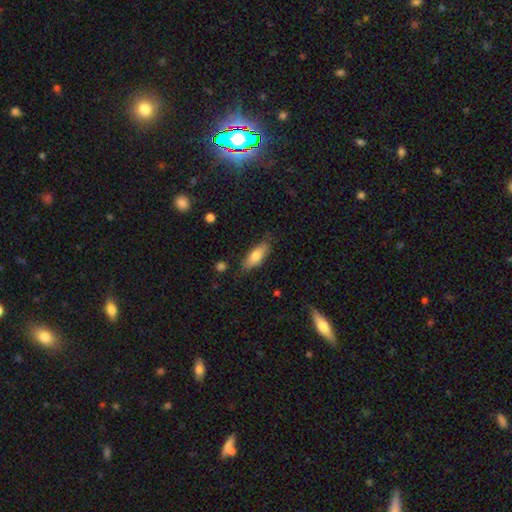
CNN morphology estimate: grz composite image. It shows a smooth galaxy with no disk features (77%) that is in between round and cigar-shaped (66%). Merging: none (79%).